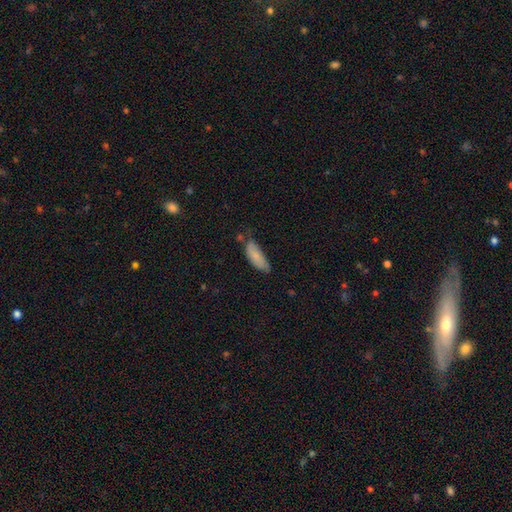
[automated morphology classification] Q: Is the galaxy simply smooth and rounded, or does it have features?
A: smooth — 75%.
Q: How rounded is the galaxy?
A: in between — 72%.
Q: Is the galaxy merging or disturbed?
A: none — 47%.